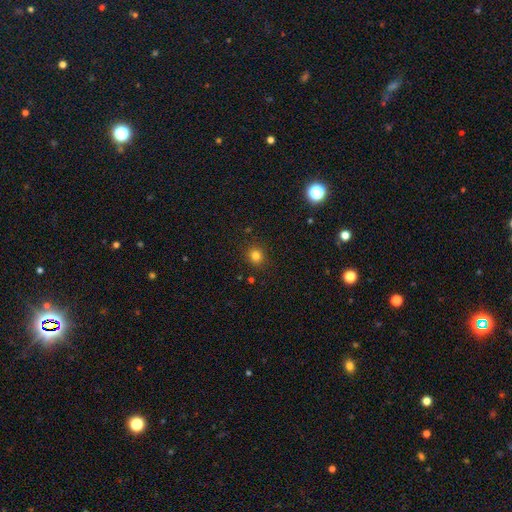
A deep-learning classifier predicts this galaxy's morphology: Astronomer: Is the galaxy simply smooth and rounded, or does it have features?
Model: smooth — 81%.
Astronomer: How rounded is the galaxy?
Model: round — 86%.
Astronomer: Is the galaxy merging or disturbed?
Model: none — 89%.